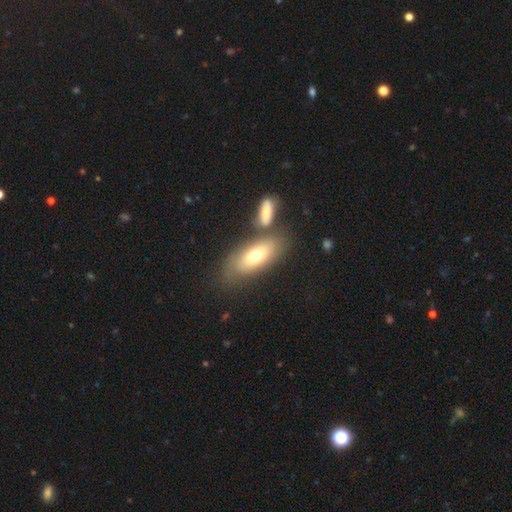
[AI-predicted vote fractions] Q: Smooth or featured?
A: smooth (68%); runner-up: featured or disk (24%)
Q: How rounded?
A: in between (77%); runner-up: cigar-shaped (19%)
Q: Merging?
A: none (61%); runner-up: merger (21%)